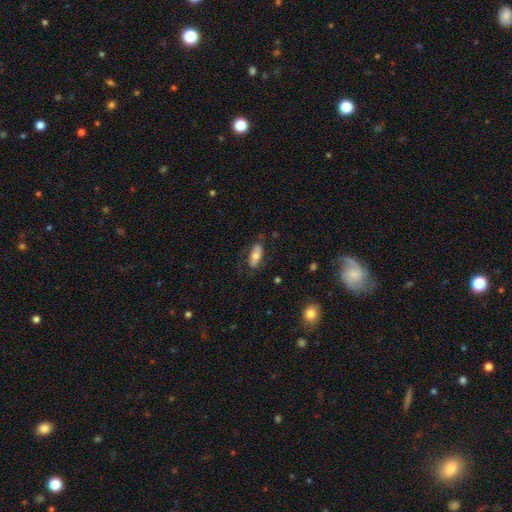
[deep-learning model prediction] Smooth or featured: smooth — 62% (featured or disk — 31%)
How rounded: in between — 82% (cigar-shaped — 14%)
Merging: none — 64% (minor disturbance — 22%)